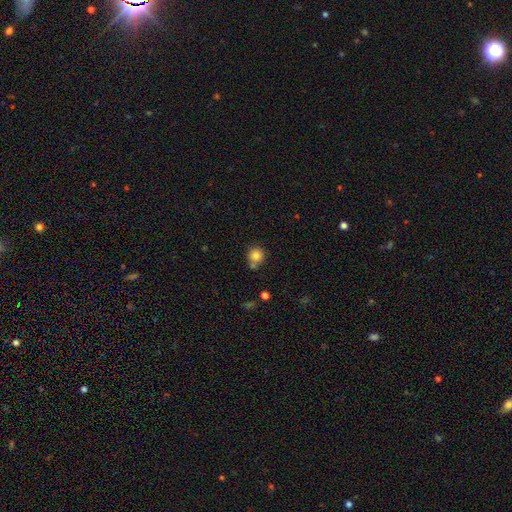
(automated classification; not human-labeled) smooth 83%, star or artifact 11%, featured or disk 6%. Down the decision tree: how rounded — round (92%); merging — none (65%).